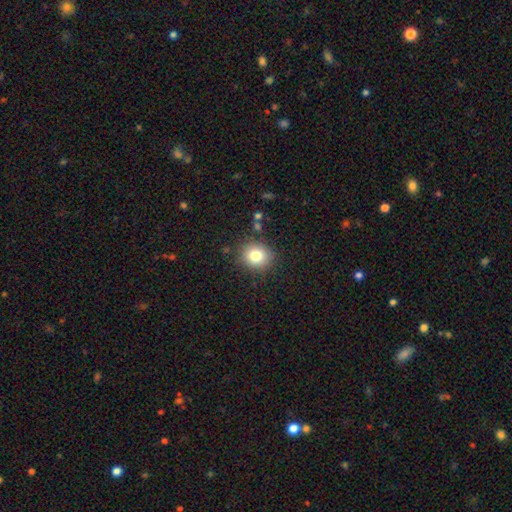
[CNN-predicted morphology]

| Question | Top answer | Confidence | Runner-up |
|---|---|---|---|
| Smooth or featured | smooth | 80% | star or artifact (12%) |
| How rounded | round | 77% | in between (22%) |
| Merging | none | 85% | minor disturbance (10%) |